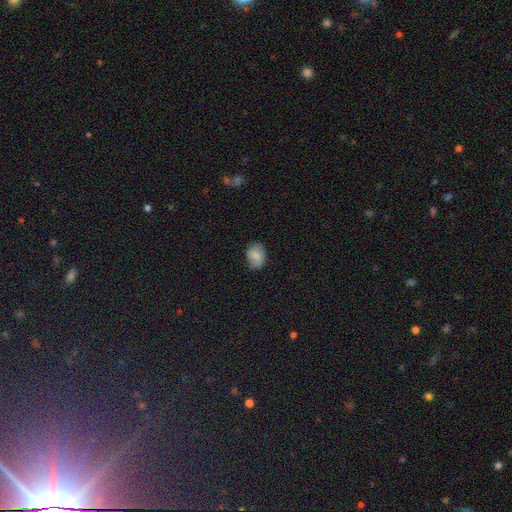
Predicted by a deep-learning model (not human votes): smooth 79%, featured or disk 13%, star or artifact 8%. Down the decision tree: how rounded — in between (68%); merging — none (73%).